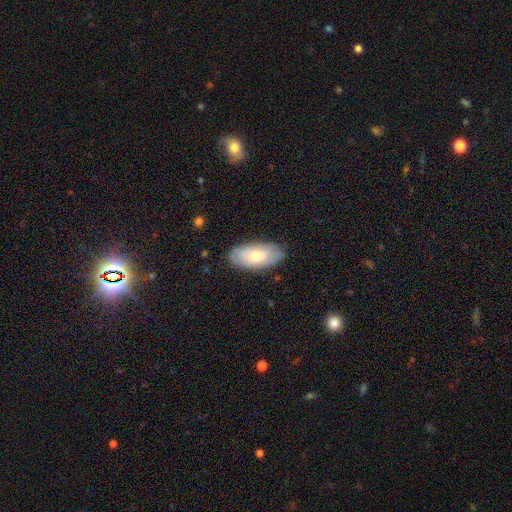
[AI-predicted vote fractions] This appears to be a smooth galaxy with no disk features (65%) that is in between round and cigar-shaped (92%). Merging: none (84%).